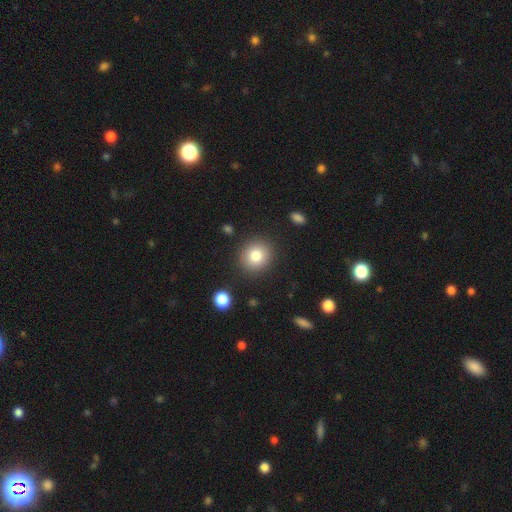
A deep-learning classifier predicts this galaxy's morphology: Smooth or featured: smooth — 80% (star or artifact — 10%)
How rounded: round — 82% (in between — 17%)
Merging: none — 87% (minor disturbance — 8%)